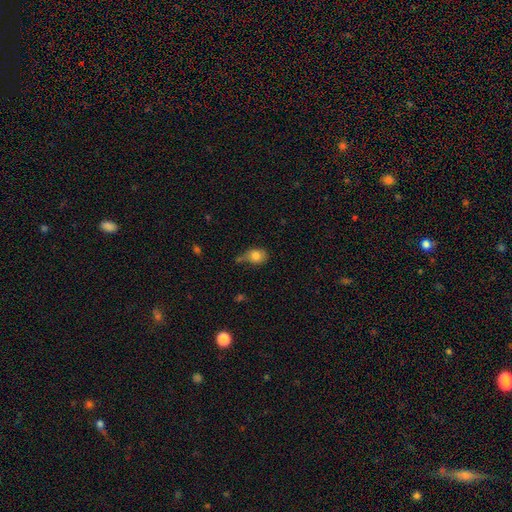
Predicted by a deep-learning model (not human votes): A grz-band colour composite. It shows a smooth galaxy with no disk features (81%) that is in between round and cigar-shaped (52%). Merging: none (43%).